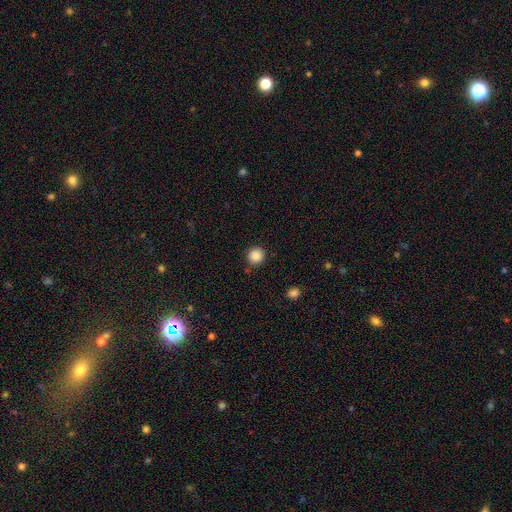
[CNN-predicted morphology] type=smooth (87%); roundness=round (94%); merging=none (88%).